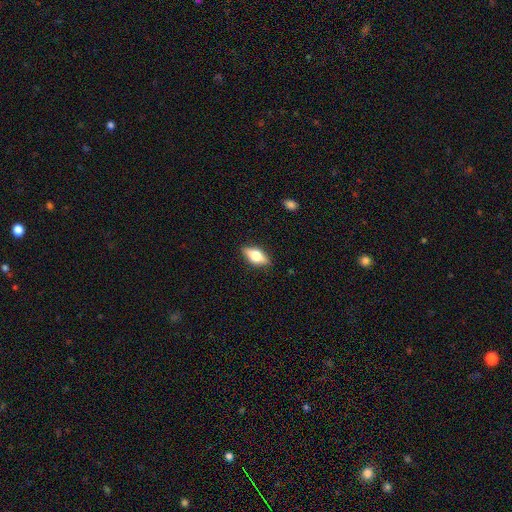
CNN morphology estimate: Smooth or featured?
  - smooth: 57% *
  - featured or disk: 36%
  - star or artifact: 7%
How rounded?
  - in between: 80% *
  - cigar-shaped: 15%
  - round: 5%
Merging?
  - none: 86% *
  - minor disturbance: 10%
  - major disturbance: 2%
  - merger: 1%